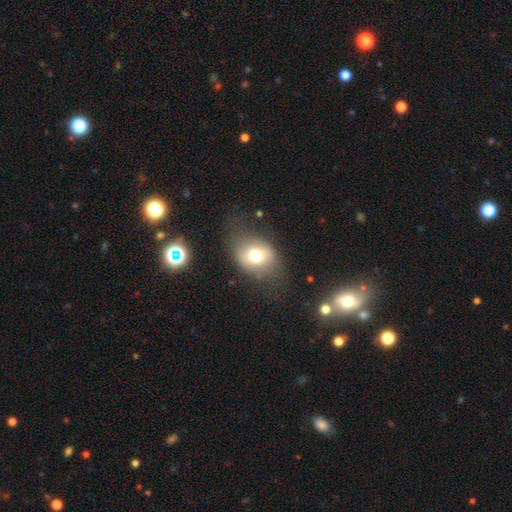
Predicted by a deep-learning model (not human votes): Smooth or featured: smooth — 65% (featured or disk — 26%)
How rounded: in between — 63% (round — 36%)
Merging: none — 59% (minor disturbance — 23%)